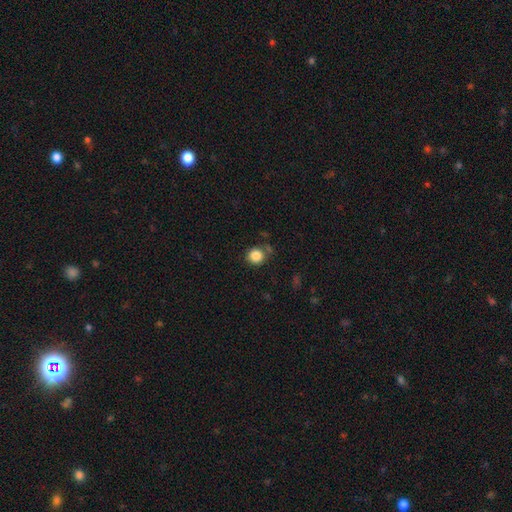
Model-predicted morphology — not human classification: Q: Smooth or featured?
A: smooth (86%); runner-up: star or artifact (10%)
Q: How rounded?
A: round (92%); runner-up: in between (7%)
Q: Merging?
A: none (80%); runner-up: minor disturbance (11%)